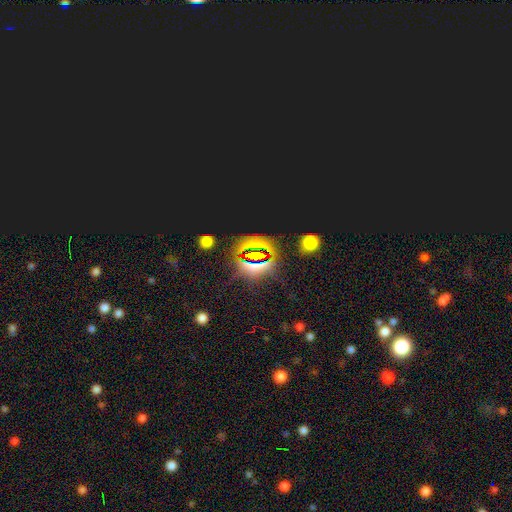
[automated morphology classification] Smooth or featured? Predicted: star or artifact (p=0.82).